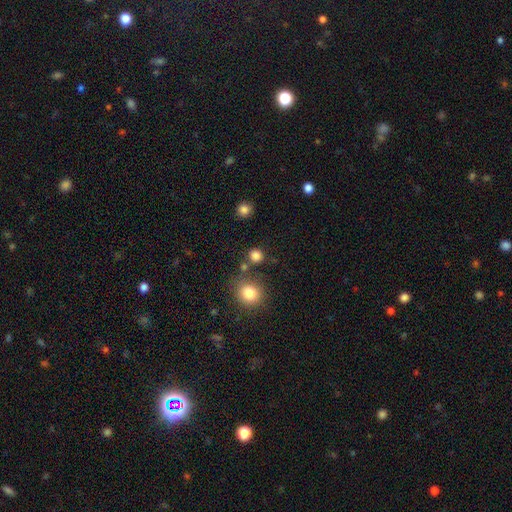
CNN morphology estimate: Q: Smooth or featured?
A: smooth (83%); runner-up: star or artifact (13%)
Q: How rounded?
A: round (88%); runner-up: in between (11%)
Q: Merging?
A: none (78%); runner-up: merger (10%)